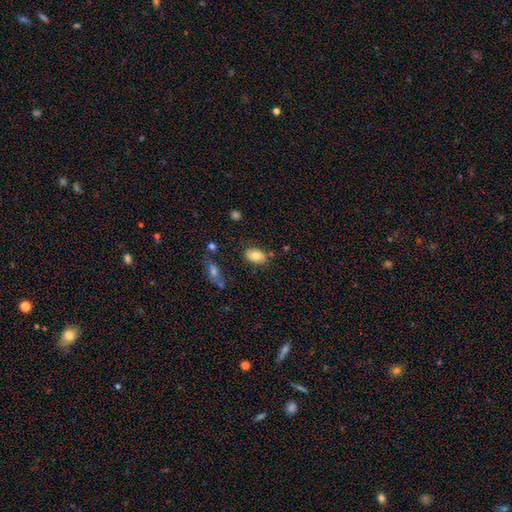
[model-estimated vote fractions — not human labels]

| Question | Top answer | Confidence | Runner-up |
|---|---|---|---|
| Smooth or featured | smooth | 74% | featured or disk (18%) |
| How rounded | in between | 88% | round (10%) |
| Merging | none | 76% | minor disturbance (16%) |